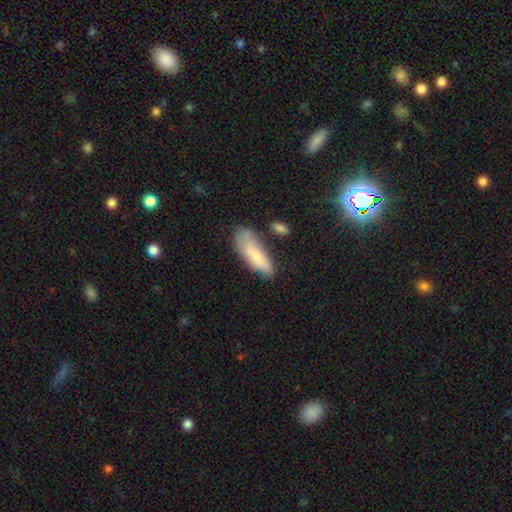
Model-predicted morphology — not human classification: A smooth galaxy with no disk features (72%) that is in between round and cigar-shaped (68%). Merging: none (47%).